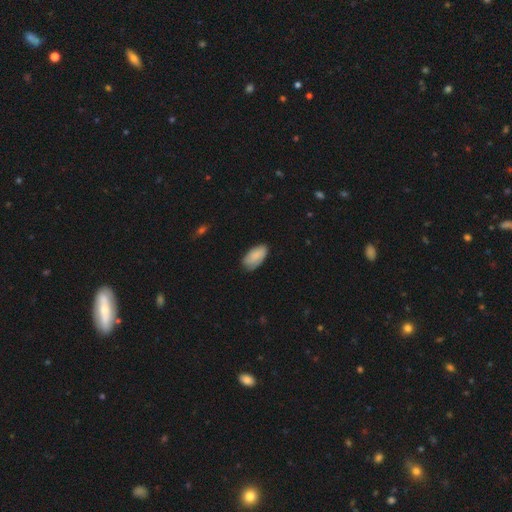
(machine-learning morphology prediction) The model was most divided on "merging": none: 70%, minor disturbance: 24%, major disturbance: 4%, merger: 1%. More confident: how rounded — in between (94%); smooth or featured — smooth (84%).